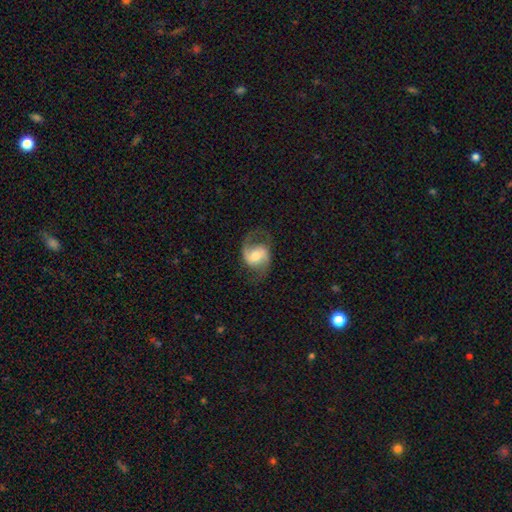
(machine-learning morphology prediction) smooth_or_featured: featured or disk (p=0.80) [alt: smooth p=0.14]
disk_edge_on: no (p=0.97) [alt: yes p=0.03]
bar: weak (p=0.44) [alt: no p=0.39]
has_spiral_arms: yes (p=0.95) [alt: no p=0.05]
spiral_winding: medium (p=0.46) [alt: loose p=0.43]
spiral_arm_count: 2 (p=0.89) [alt: 1 p=0.05]
bulge_size: moderate (p=0.61) [alt: small p=0.20]
merging: none (p=0.72) [alt: minor disturbance p=0.16]